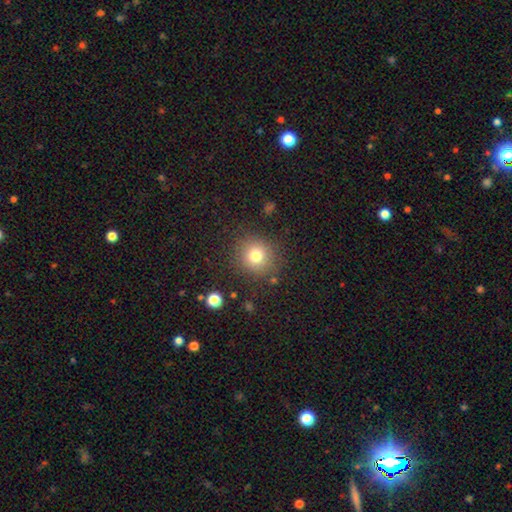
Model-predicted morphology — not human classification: smooth 76%, star or artifact 14%, featured or disk 10%. Down the decision tree: how rounded — round (89%); merging — none (86%).